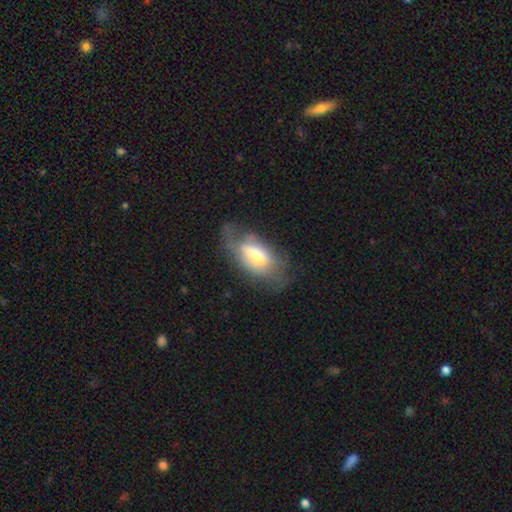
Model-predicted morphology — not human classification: Q: Smooth or featured?
A: smooth (55%); runner-up: featured or disk (37%)
Q: How rounded?
A: in between (90%); runner-up: cigar-shaped (6%)
Q: Merging?
A: none (39%); runner-up: minor disturbance (31%)